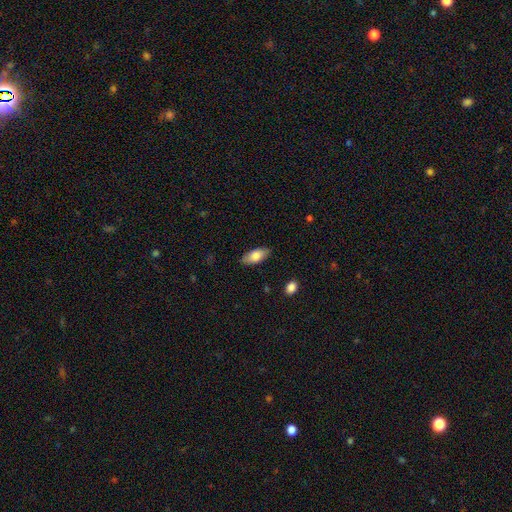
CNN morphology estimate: Q: Smooth or featured?
A: smooth (80%); runner-up: featured or disk (14%)
Q: How rounded?
A: in between (88%); runner-up: cigar-shaped (10%)
Q: Merging?
A: none (84%); runner-up: minor disturbance (12%)